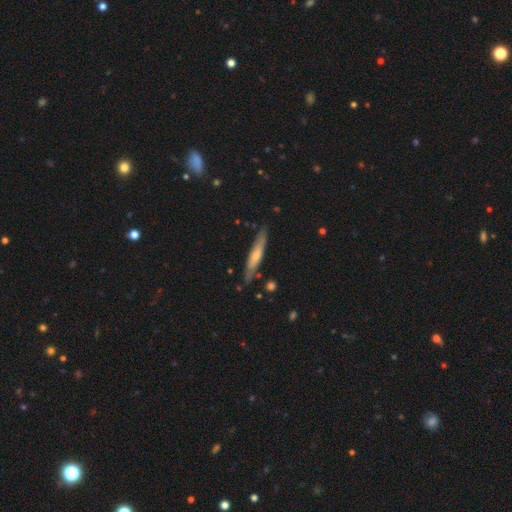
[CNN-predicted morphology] smooth-or-featured: smooth: 48% | featured or disk: 47% | star or artifact: 5%
  merging: none: 82% | minor disturbance: 13% | merger: 3% | major disturbance: 2%